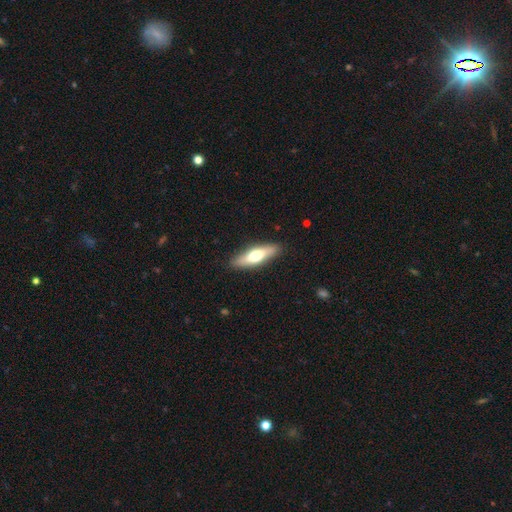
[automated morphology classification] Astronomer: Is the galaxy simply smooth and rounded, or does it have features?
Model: smooth — 58% (runner-up: featured or disk, 36%).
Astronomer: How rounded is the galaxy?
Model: cigar-shaped — 59% (runner-up: in between, 39%).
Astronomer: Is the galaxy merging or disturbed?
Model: none — 88%.